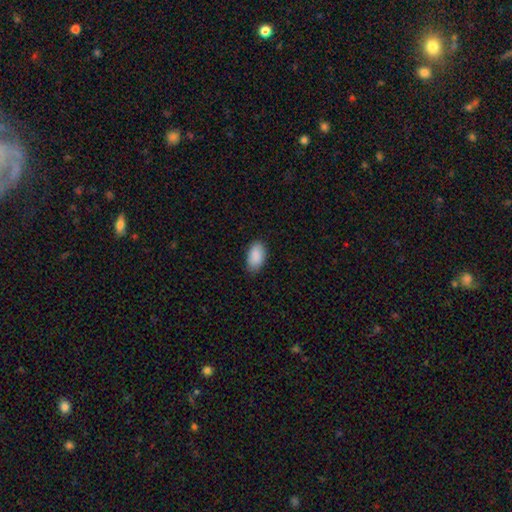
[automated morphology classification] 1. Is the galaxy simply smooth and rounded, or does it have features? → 90% smooth, 6% star or artifact, 4% featured or disk.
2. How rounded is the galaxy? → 94% in between, 4% round, 2% cigar-shaped.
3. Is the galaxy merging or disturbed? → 81% none, 16% minor disturbance, 3% major disturbance, 1% merger.